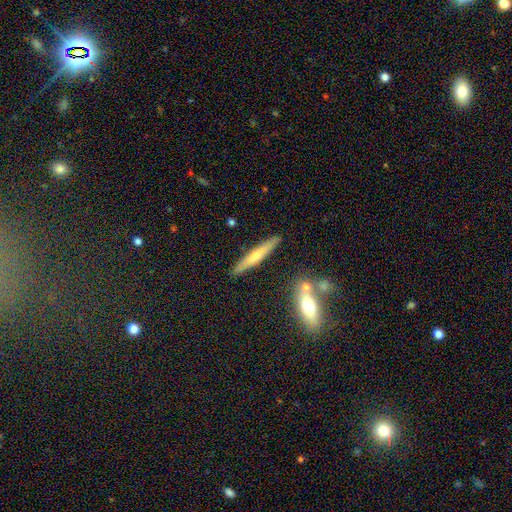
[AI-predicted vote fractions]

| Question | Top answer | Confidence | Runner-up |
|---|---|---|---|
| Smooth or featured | smooth | 48% | featured or disk (46%) |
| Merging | none | 86% | minor disturbance (8%) |